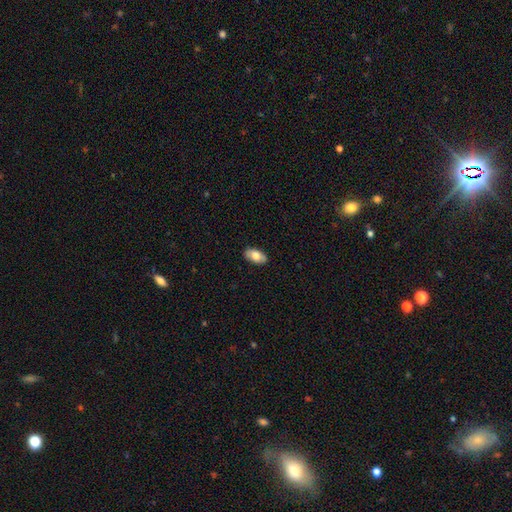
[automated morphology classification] type=smooth (70%); roundness=in between (93%); merging=none (87%).